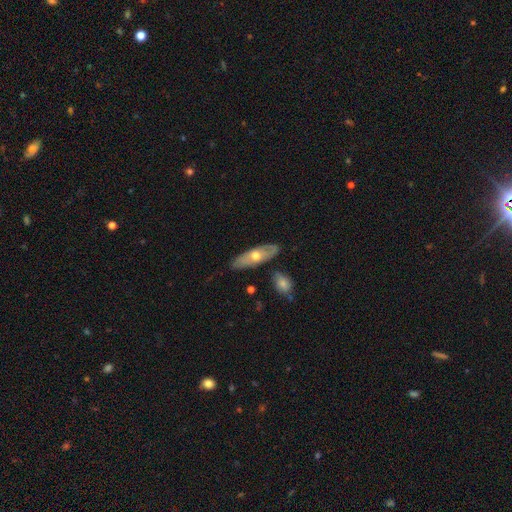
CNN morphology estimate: Smooth or featured?
  - featured or disk: 47% * (tied)
  - smooth: 47% * (tied)
  - star or artifact: 6%
Merging?
  - none: 78% *
  - minor disturbance: 15%
  - merger: 4%
  - major disturbance: 3%